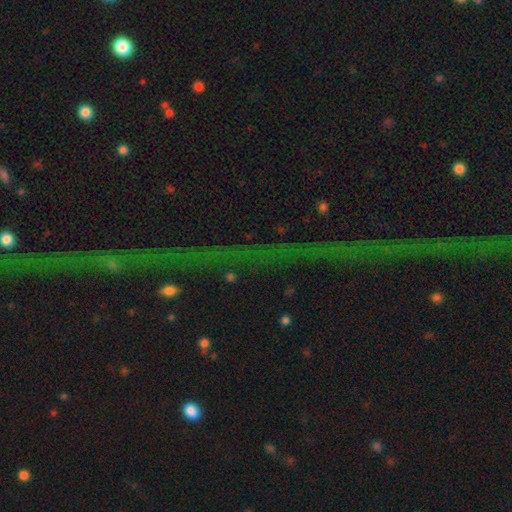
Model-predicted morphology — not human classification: A star or artifact, not a galaxy (78%).